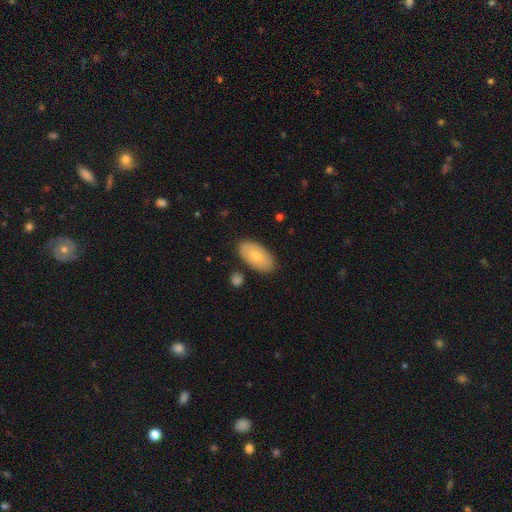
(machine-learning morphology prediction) A smooth galaxy with no disk features (73%) that is in between round and cigar-shaped (95%).

Vote fractions:
- Smooth or featured? smooth: 73% / featured or disk: 21% / star or artifact: 6%
- How rounded? in between: 95% / round: 3% / cigar-shaped: 2%
- Merging? none: 83% / minor disturbance: 12% / merger: 3% / major disturbance: 2%